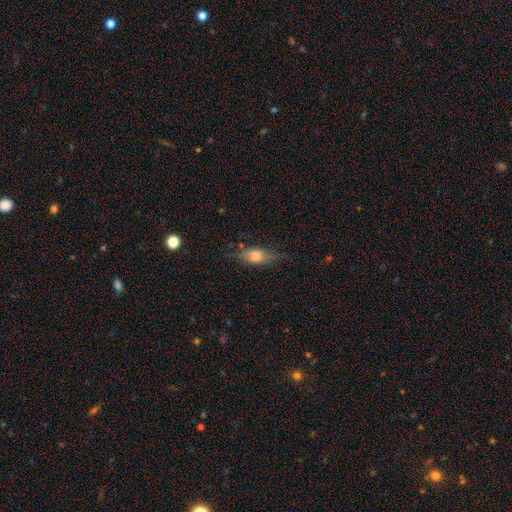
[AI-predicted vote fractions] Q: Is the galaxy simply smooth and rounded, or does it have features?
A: smooth — 58%.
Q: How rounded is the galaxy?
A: in between — 68%.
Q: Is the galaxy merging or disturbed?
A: none — 68%.